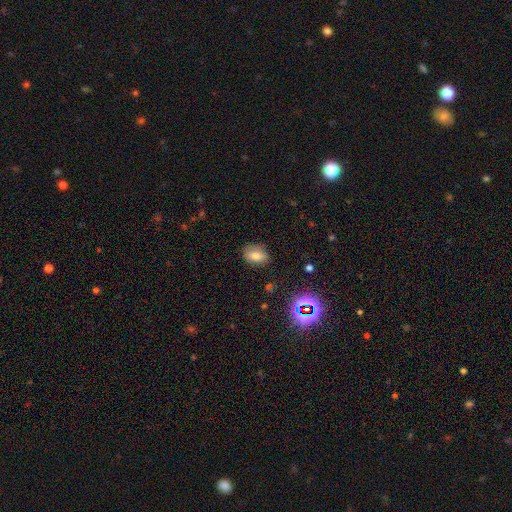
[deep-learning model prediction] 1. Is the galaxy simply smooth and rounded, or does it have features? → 71% smooth, 15% star or artifact, 14% featured or disk.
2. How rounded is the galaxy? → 78% in between, 20% round, 2% cigar-shaped.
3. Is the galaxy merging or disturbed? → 80% none, 15% minor disturbance, 4% major disturbance, 1% merger.